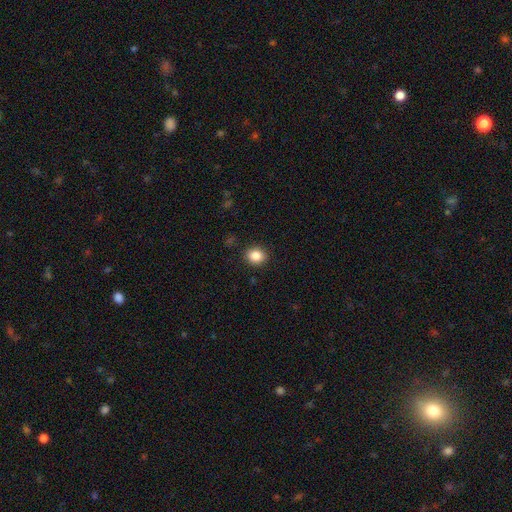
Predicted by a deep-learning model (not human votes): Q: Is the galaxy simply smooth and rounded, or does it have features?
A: smooth — 86%.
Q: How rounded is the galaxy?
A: round — 69%.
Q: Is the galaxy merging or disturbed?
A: none — 90%.